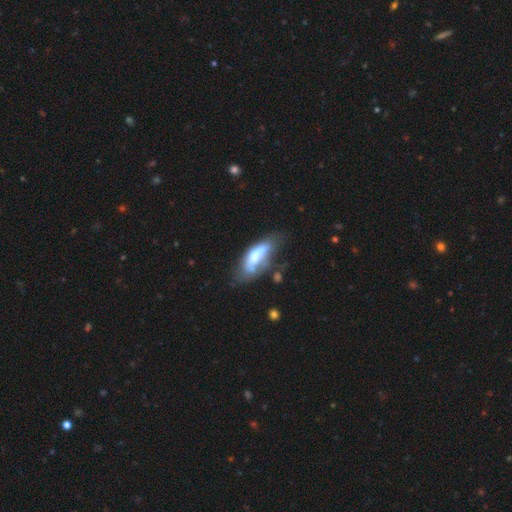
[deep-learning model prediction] Smooth or featured? smooth (54%)
How rounded? in between (71%)
Merging? none (29%)